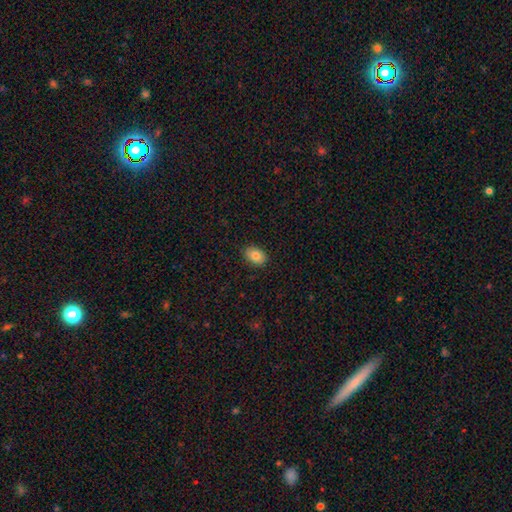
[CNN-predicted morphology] type=smooth (83%); roundness=in between (85%); merging=none (88%).